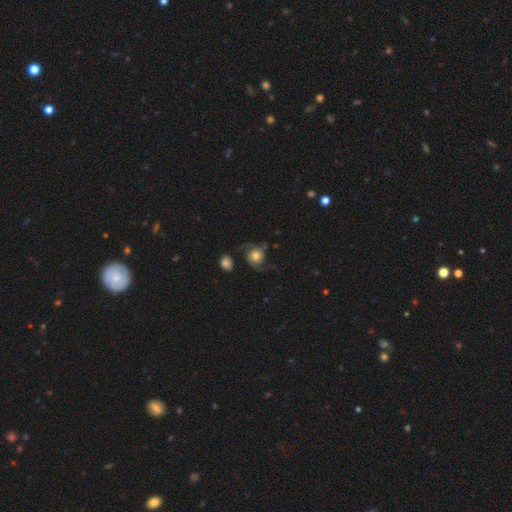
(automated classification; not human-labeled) Morphology: type=featured or disk (51%); edge-on=no (97%); merging=none (59%).